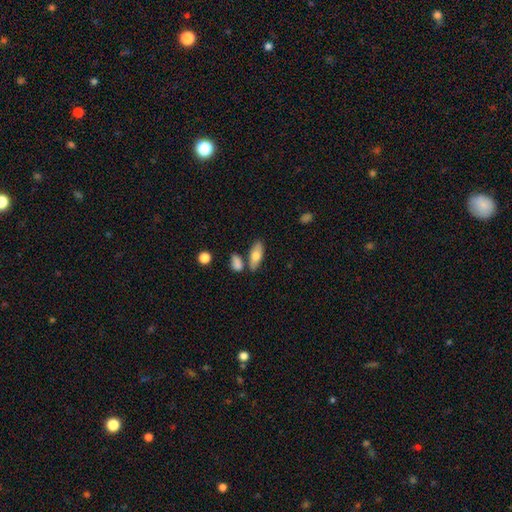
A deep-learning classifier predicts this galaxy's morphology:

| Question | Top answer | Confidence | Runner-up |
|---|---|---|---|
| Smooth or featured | smooth | 71% | featured or disk (23%) |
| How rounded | in between | 74% | cigar-shaped (22%) |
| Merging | none | 70% | minor disturbance (13%) |